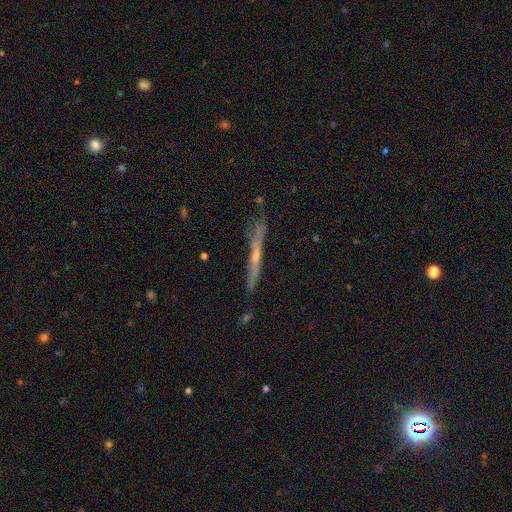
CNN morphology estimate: smooth_or_featured: featured or disk (p=0.65) [alt: smooth p=0.28]
disk_edge_on: yes (p=0.94) [alt: no p=0.06]
edge_on_bulge: rounded (p=0.50) [alt: none p=0.46]
merging: none (p=0.75) [alt: minor disturbance p=0.18]